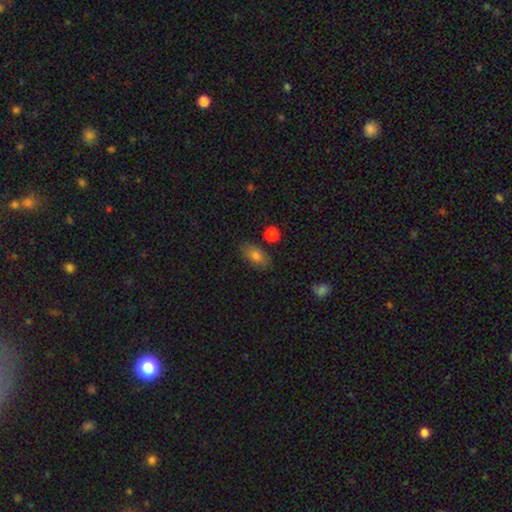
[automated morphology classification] Overall: smooth (80%). How rounded: in between (88%). Merging: none (80%).